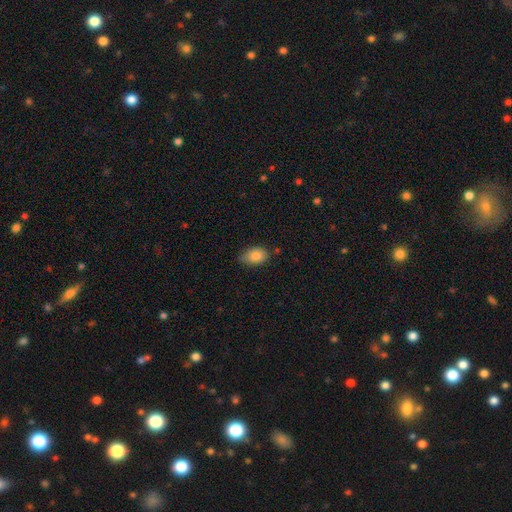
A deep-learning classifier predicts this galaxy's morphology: smooth_or_featured: smooth (p=0.85) [alt: star or artifact p=0.08]
how_rounded: in between (p=0.85) [alt: round p=0.14]
merging: none (p=0.67) [alt: minor disturbance p=0.27]